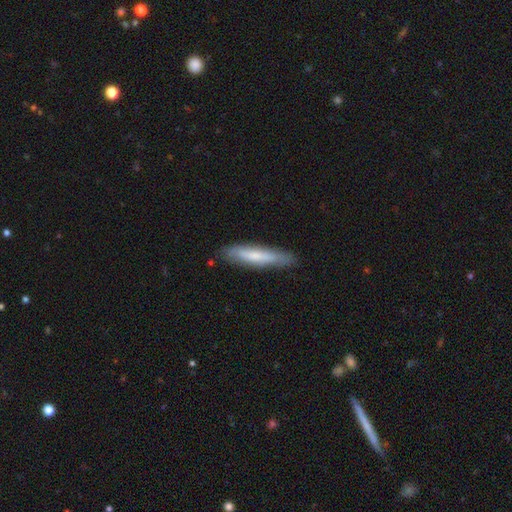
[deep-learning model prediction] smooth_or_featured: smooth (p=0.65) [alt: featured or disk p=0.30]
how_rounded: cigar-shaped (p=0.87) [alt: in between p=0.12]
merging: none (p=0.81) [alt: minor disturbance p=0.15]